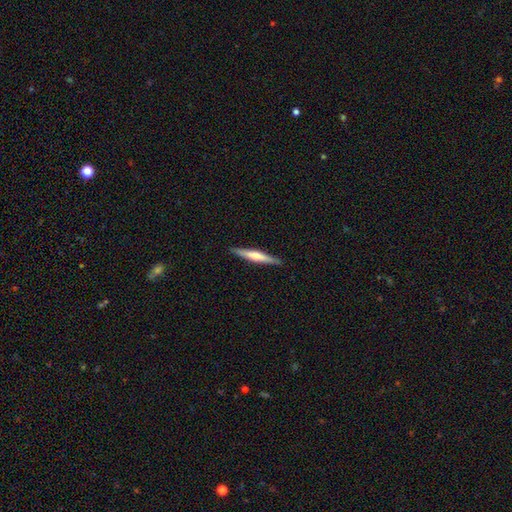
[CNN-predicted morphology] Smooth or featured?
  - featured or disk: 54% *
  - smooth: 41%
  - star or artifact: 5%
Edge-on disk?
  - yes: 97% *
  - no: 3%
Edge-on bulge?
  - rounded: 63% *
  - none: 23%
  - boxy: 14%
Merging?
  - none: 90% *
  - minor disturbance: 7%
  - major disturbance: 1%
  - merger: 1%